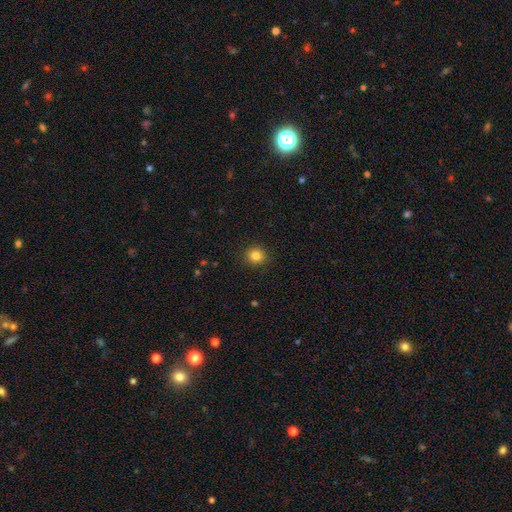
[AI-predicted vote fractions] A smooth galaxy with no disk features (83%) that is round (88%). Merging: none (91%).